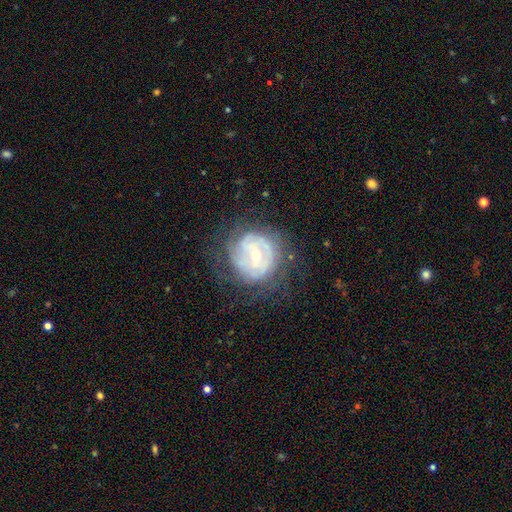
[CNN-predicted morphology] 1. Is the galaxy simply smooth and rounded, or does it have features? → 76% featured or disk, 17% smooth, 7% star or artifact.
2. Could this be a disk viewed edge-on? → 97% no, 3% yes.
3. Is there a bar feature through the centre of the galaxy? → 42% weak, 41% no, 18% strong.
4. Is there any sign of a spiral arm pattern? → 79% yes, 21% no.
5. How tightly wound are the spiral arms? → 65% tight, 25% medium, 10% loose.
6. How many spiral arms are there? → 50% can't tell, 22% 2, 12% 3, 7% 4, 5% 1, 4% more than 4.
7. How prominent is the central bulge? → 63% small, 33% moderate, 2% large, 1% none, 1% dominant.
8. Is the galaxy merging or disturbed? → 63% none, 20% minor disturbance, 16% major disturbance, 1% merger.